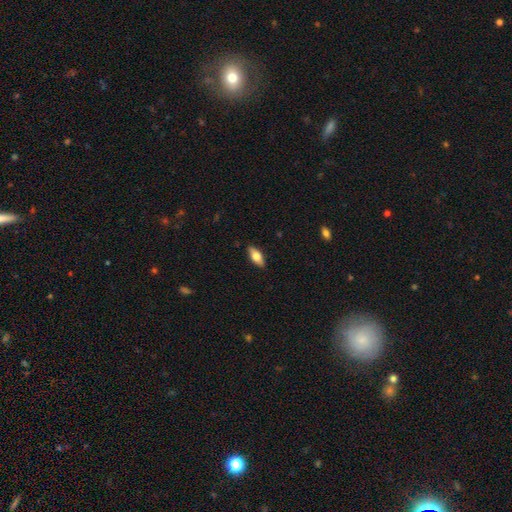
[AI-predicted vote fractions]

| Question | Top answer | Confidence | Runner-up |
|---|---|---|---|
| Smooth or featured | smooth | 66% | featured or disk (28%) |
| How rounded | in between | 78% | cigar-shaped (19%) |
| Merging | none | 88% | minor disturbance (9%) |